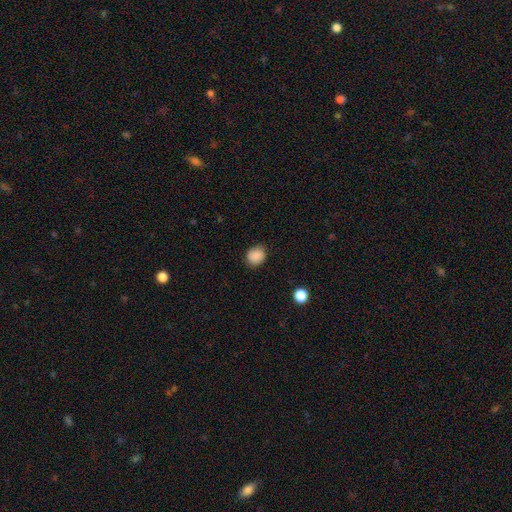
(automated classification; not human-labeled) The model was most divided on "how rounded": round: 72%, in between: 27%, cigar-shaped: 1%. More confident: smooth or featured — smooth (87%); merging — none (85%).